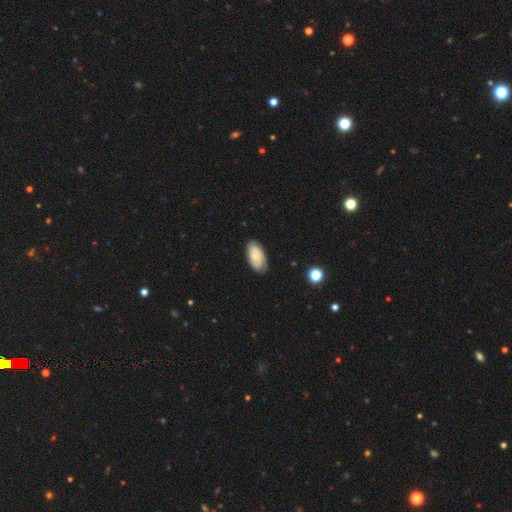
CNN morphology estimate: Q: Smooth or featured?
A: smooth (54%); runner-up: featured or disk (39%)
Q: How rounded?
A: in between (93%); runner-up: cigar-shaped (4%)
Q: Merging?
A: none (78%); runner-up: minor disturbance (18%)